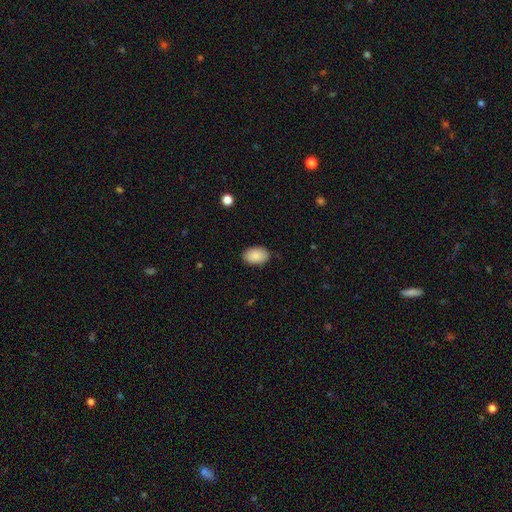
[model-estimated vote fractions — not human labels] This is clearly a smooth galaxy (89%). How rounded: clearly in between (92%). Merging: clearly none (86%).